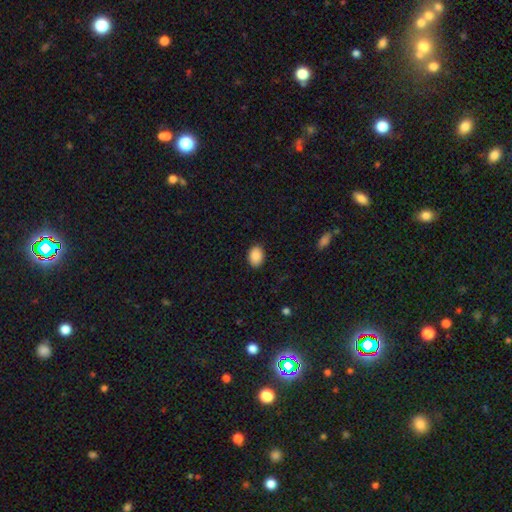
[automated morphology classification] smooth-or-featured: smooth: 89% | star or artifact: 7% | featured or disk: 3%
  how-rounded: in between: 73% | round: 26% | cigar-shaped: 1%
  merging: none: 88% | minor disturbance: 9% | major disturbance: 2% | merger: 1%